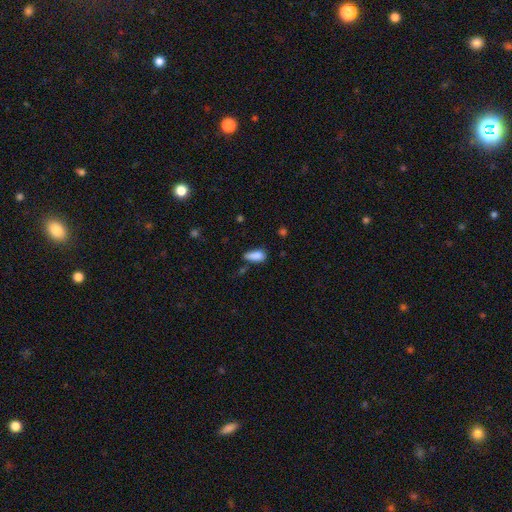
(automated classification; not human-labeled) Q: Smooth or featured?
A: smooth (85%); runner-up: star or artifact (9%)
Q: How rounded?
A: in between (83%); runner-up: cigar-shaped (14%)
Q: Merging?
A: none (50%); runner-up: minor disturbance (34%)